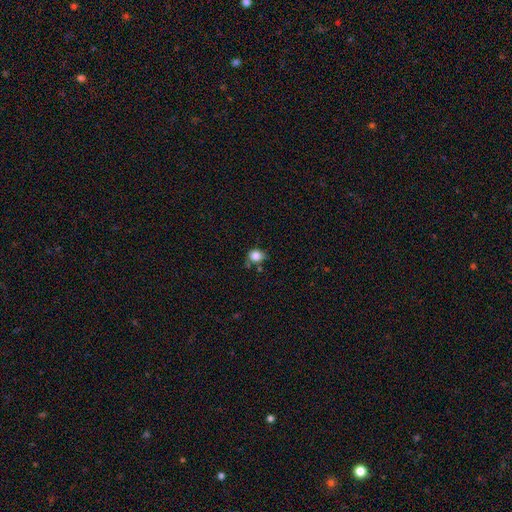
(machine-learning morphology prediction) Smooth or featured? smooth (83%)
How rounded? round (73%)
Merging? none (67%)